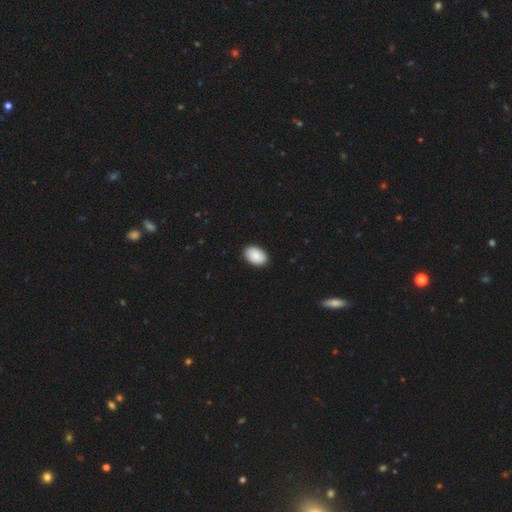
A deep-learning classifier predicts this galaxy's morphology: Smooth or featured? Predicted: smooth (p=0.90). How rounded? Predicted: in between (p=0.89). Merging? Predicted: none (p=0.90).